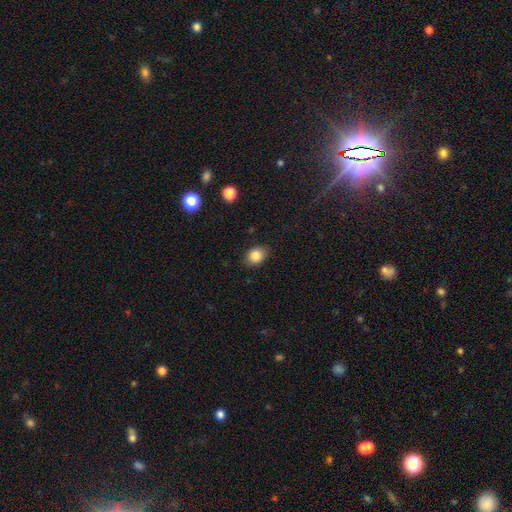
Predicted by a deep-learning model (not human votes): Overall: smooth (85%). How rounded: in between (65%; round 34%). Merging: none (84%).